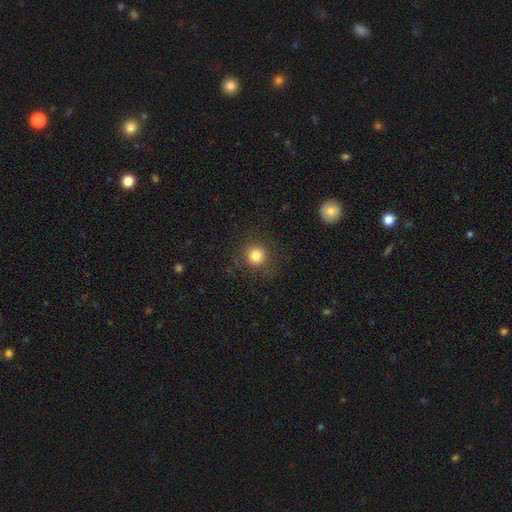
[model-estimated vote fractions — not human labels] Smooth or featured?
  - smooth: 83% *
  - star or artifact: 12%
  - featured or disk: 6%
How rounded?
  - round: 93% *
  - in between: 6%
  - cigar-shaped: 1%
Merging?
  - none: 86% *
  - minor disturbance: 9%
  - major disturbance: 4%
  - merger: 1%